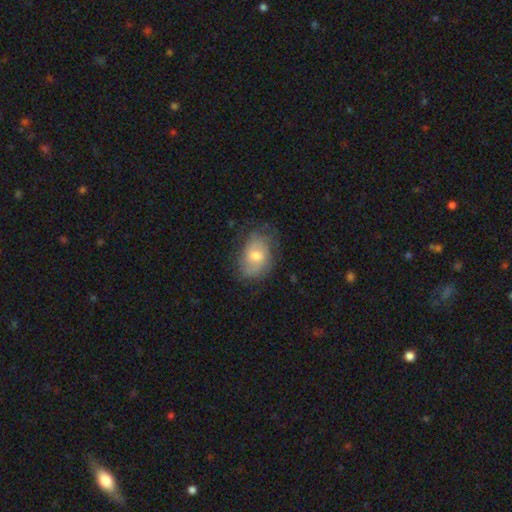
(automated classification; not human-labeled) The model was most divided on "smooth or featured": smooth: 56%, featured or disk: 36%, star or artifact: 8%. More confident: how rounded — in between (79%); merging — none (62%).